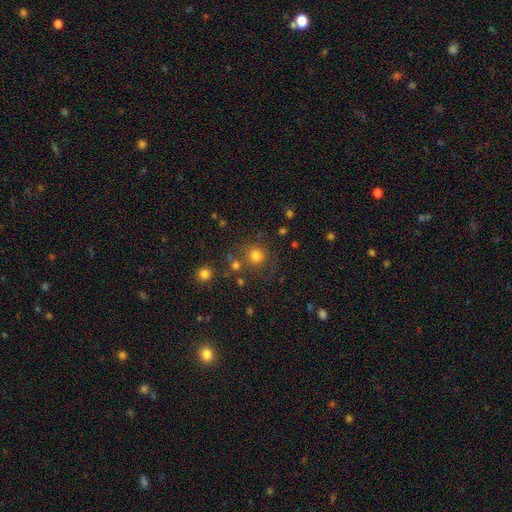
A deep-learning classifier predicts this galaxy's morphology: smooth 77%, star or artifact 16%, featured or disk 7%. Down the decision tree: how rounded — round (90%); merging — none (73%).